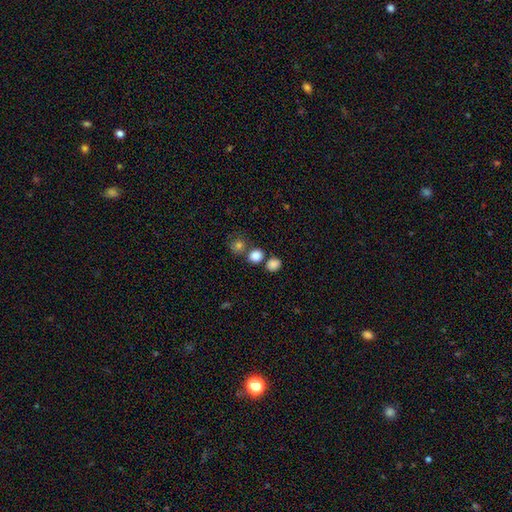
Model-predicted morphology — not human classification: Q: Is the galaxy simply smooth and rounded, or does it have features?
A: smooth — 83%.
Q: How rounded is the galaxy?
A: round — 81%.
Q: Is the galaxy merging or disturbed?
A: none — 67%.